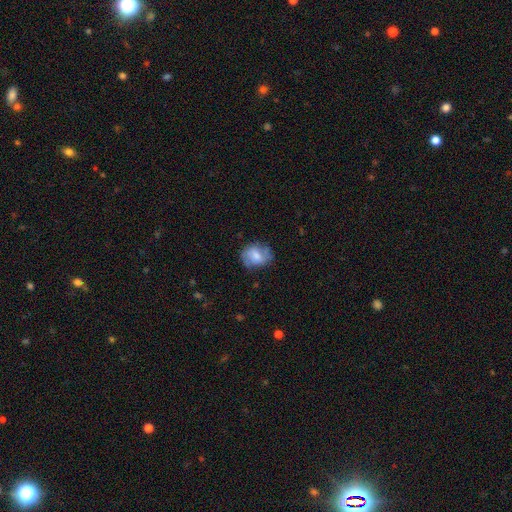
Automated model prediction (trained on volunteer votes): A smooth galaxy with no disk features (55%) that is round (51%). Merging: none (63%).